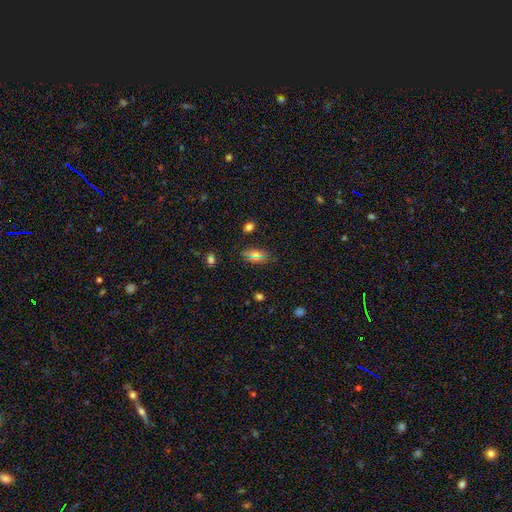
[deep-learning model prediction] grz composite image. It shows a smooth galaxy with no disk features (67%) that is in between round and cigar-shaped (84%). Merging: none (82%).